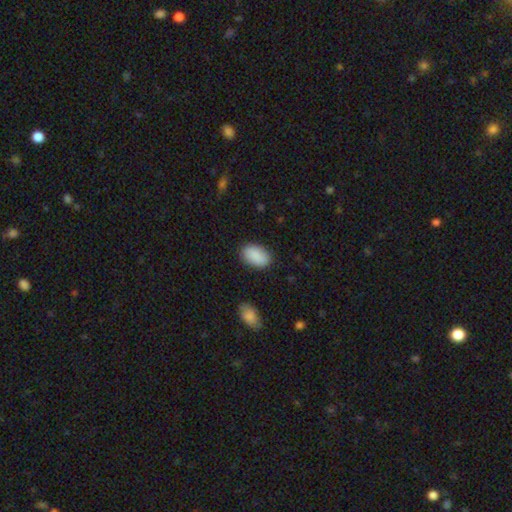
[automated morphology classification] Q: Smooth or featured?
A: smooth (89%); runner-up: star or artifact (6%)
Q: How rounded?
A: in between (93%); runner-up: round (6%)
Q: Merging?
A: none (86%); runner-up: minor disturbance (10%)